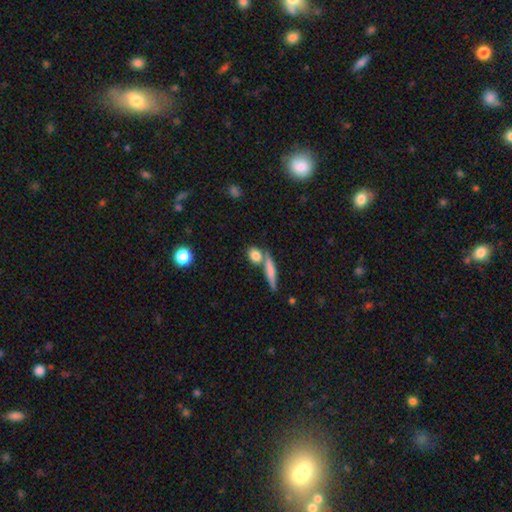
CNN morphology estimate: Smooth or featured: smooth — 80% (featured or disk — 12%)
How rounded: round — 51% (in between — 32%)
Merging: none — 63% (merger — 23%)